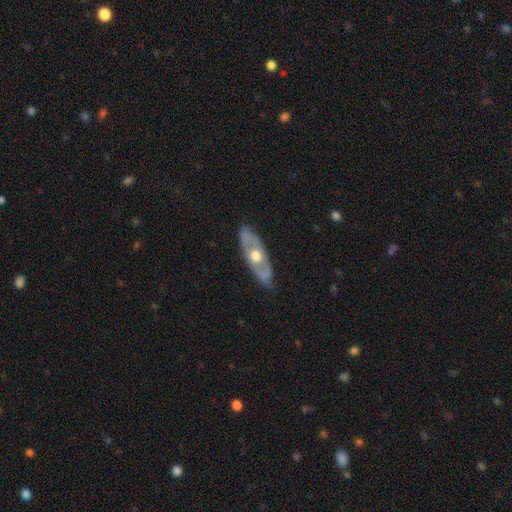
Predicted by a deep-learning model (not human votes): smooth-or-featured: featured or disk: 65% | smooth: 31% | star or artifact: 4%
  disk-edge-on: no: 69% | yes: 31%
  merging: none: 83% | minor disturbance: 13% | major disturbance: 3% | merger: 1%